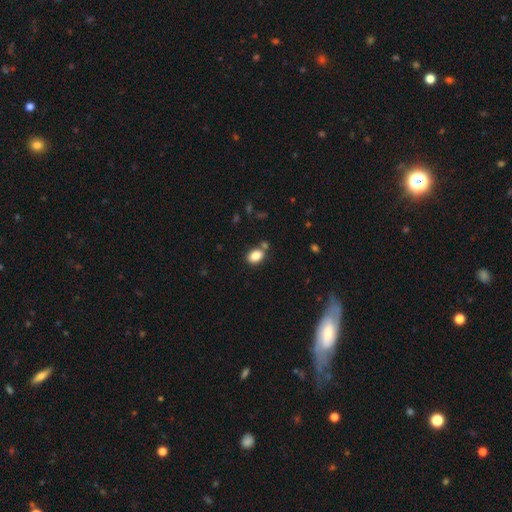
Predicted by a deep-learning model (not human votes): A smooth galaxy with no disk features (85%) that is in between round and cigar-shaped (78%). Merging: none (72%).